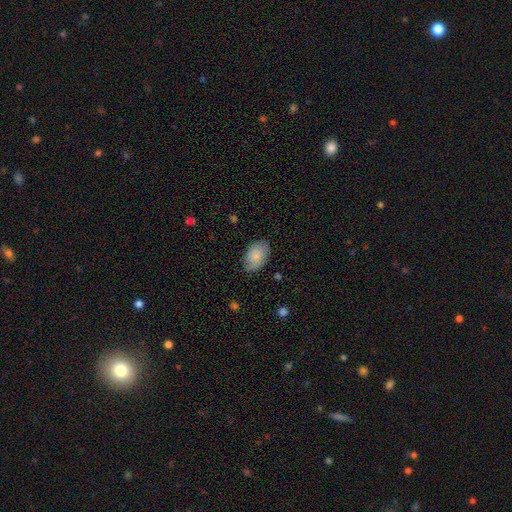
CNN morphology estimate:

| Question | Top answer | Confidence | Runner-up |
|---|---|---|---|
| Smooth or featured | smooth | 80% | featured or disk (14%) |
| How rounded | in between | 90% | round (9%) |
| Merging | none | 79% | minor disturbance (17%) |